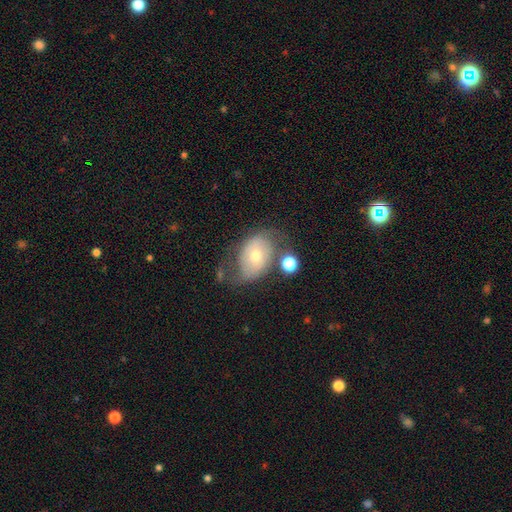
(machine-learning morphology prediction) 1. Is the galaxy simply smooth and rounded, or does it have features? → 48% featured or disk, 42% smooth, 9% star or artifact.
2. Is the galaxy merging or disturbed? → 46% none, 25% minor disturbance, 19% major disturbance, 10% merger.